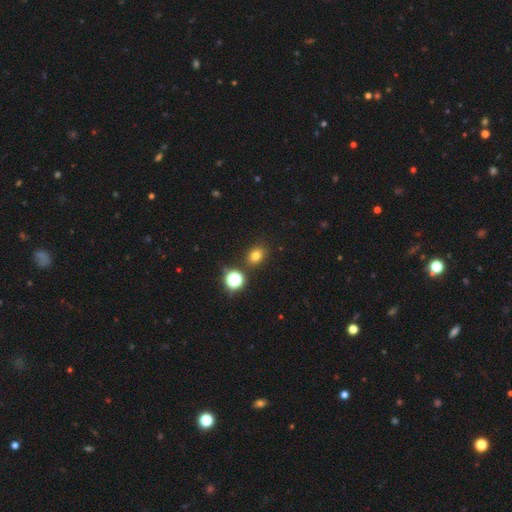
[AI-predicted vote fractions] A smooth galaxy with no disk features (75%) that is round (55%). Merging: none (82%).